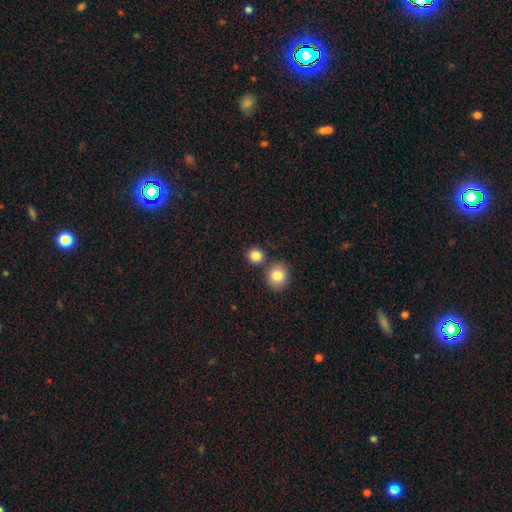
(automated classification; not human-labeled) This is clearly a smooth galaxy (85%). How rounded: clearly round (86%). Merging: likely none (75%).